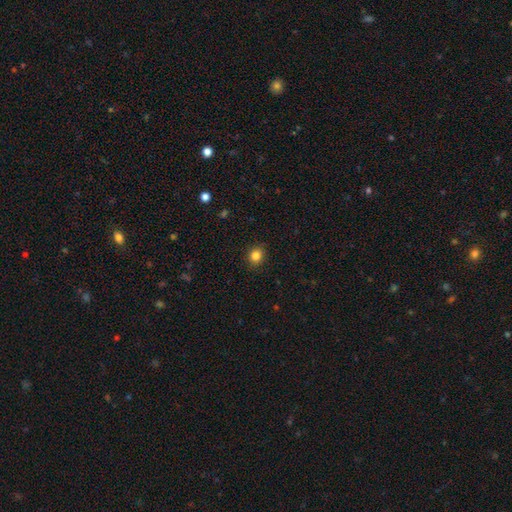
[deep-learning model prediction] This is clearly a smooth galaxy (84%). How rounded: clearly round (83%). Merging: clearly none (90%).